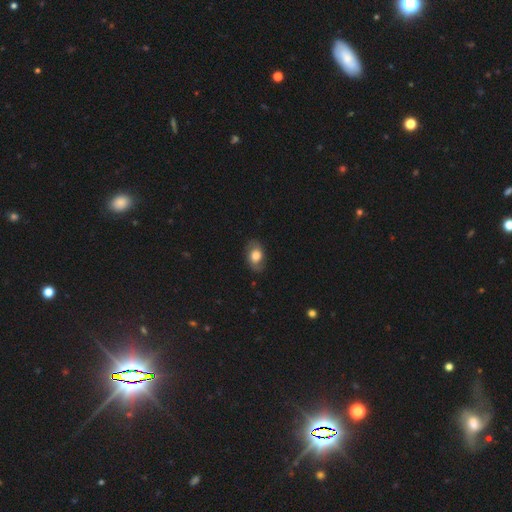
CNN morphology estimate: Overall: smooth (64%; featured or disk 28%). How rounded: in between (82%). Merging: none (78%).